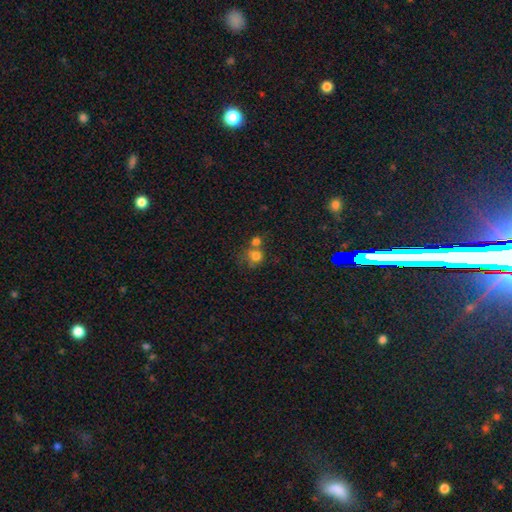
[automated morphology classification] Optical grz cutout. It shows a smooth galaxy with no disk features (74%) that is round (76%). Merging: merger (50%).